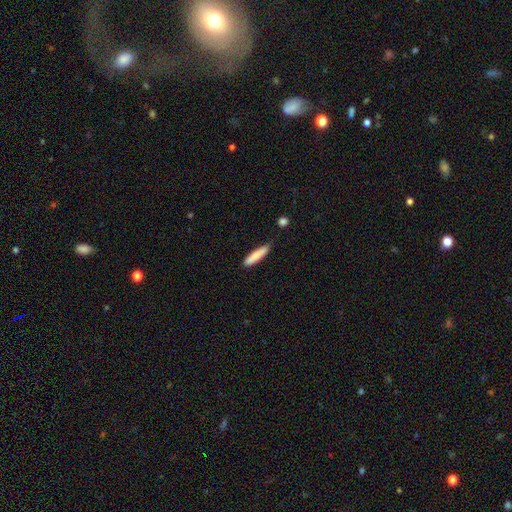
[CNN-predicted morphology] smooth_or_featured: smooth (p=0.82) [alt: featured or disk p=0.12]
how_rounded: cigar-shaped (p=0.85) [alt: in between p=0.14]
merging: none (p=0.78) [alt: minor disturbance p=0.17]